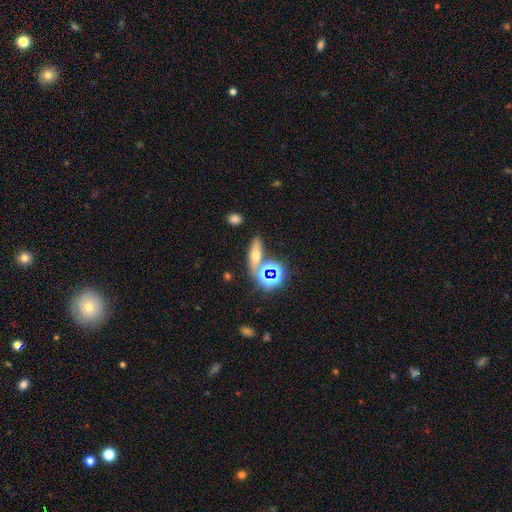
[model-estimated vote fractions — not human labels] Morphology: type=smooth (47%); merging=none (71%).